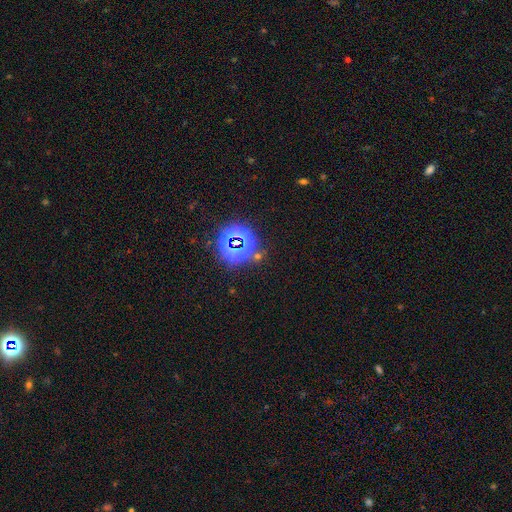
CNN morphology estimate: A star or artifact, not a galaxy (77%).